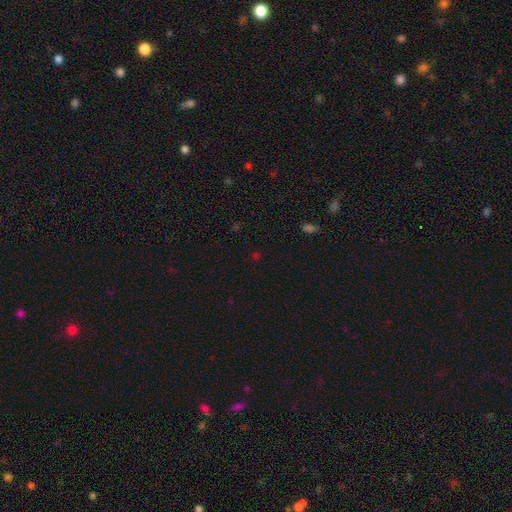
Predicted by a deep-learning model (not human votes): This is possibly a star or artifact rather than a galaxy (55%).